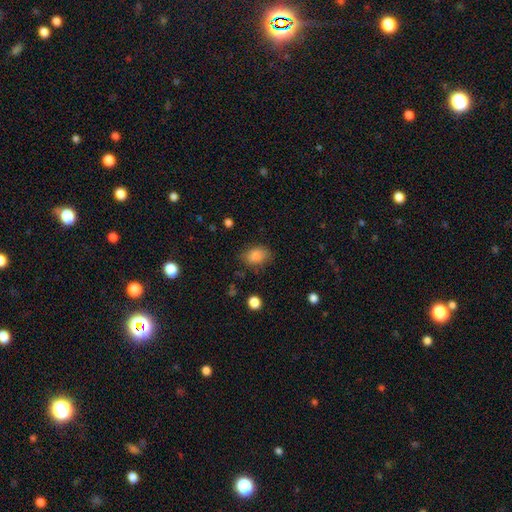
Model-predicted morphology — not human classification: Smooth or featured? Predicted: smooth (p=0.86). How rounded? Predicted: in between (p=0.78). Merging? Predicted: none (p=0.75).